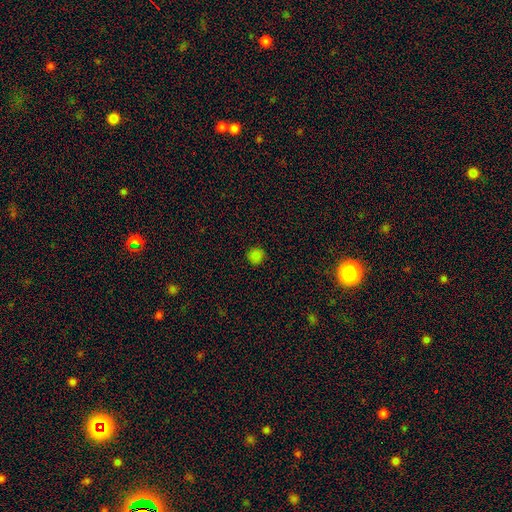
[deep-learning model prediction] Smooth or featured? smooth (83%)
How rounded? round (93%)
Merging? none (91%)